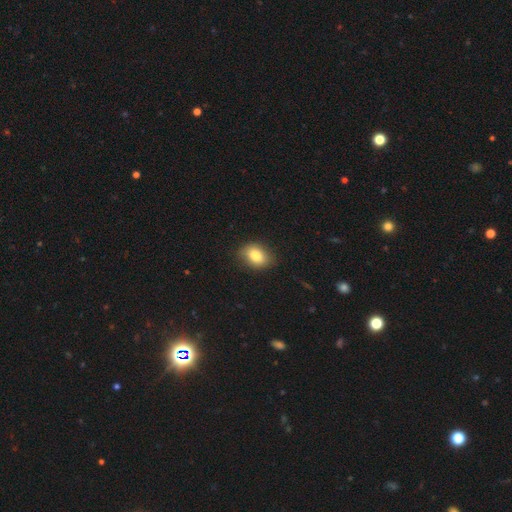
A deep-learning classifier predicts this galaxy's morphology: Smooth or featured?
  - smooth: 81% *
  - featured or disk: 10%
  - star or artifact: 9%
How rounded?
  - in between: 70% *
  - round: 28%
  - cigar-shaped: 1%
Merging?
  - none: 83% *
  - minor disturbance: 13%
  - major disturbance: 3%
  - merger: 1%